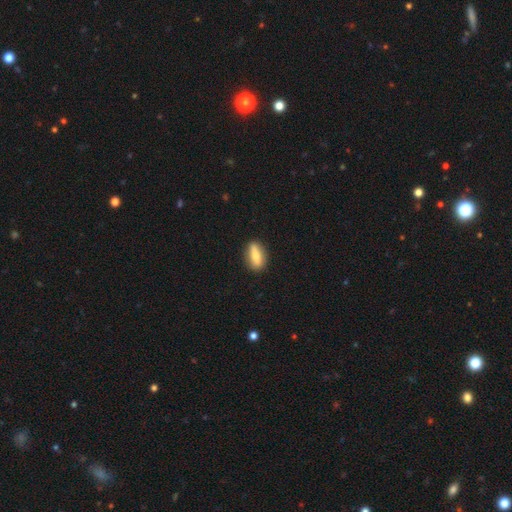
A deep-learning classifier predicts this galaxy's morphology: type=smooth (65%); roundness=in between (65%); merging=none (84%).